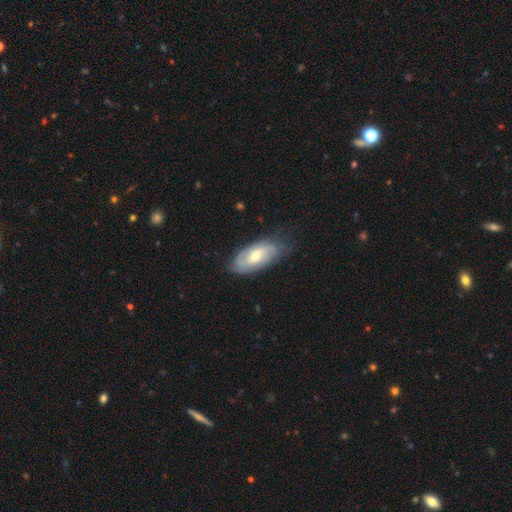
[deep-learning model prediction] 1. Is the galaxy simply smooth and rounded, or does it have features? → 68% featured or disk, 26% smooth, 6% star or artifact.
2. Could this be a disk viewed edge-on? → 91% no, 9% yes.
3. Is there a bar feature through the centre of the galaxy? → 54% no, 37% weak, 9% strong.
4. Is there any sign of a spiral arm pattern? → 87% yes, 13% no.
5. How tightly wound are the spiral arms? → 48% tight, 36% medium, 16% loose.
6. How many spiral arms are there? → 50% 2, 31% can't tell, 10% 3, 4% 1, 3% 4, 2% more than 4.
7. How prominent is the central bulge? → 62% moderate, 33% small, 3% large, 1% none, 1% dominant.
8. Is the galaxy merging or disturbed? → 71% none, 22% minor disturbance, 6% major disturbance, 1% merger.